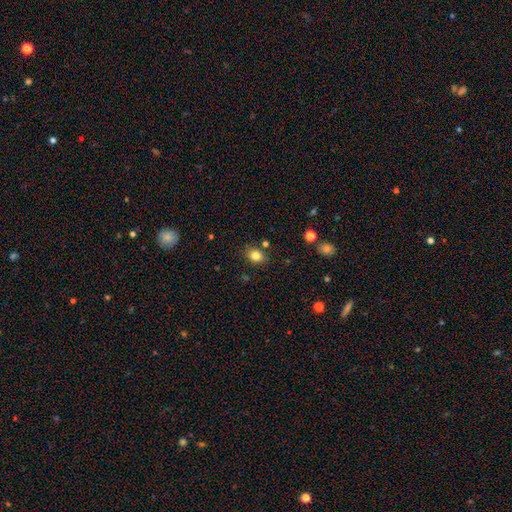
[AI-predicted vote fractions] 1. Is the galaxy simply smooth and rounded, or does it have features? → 81% smooth, 12% star or artifact, 7% featured or disk.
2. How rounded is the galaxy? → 52% in between, 47% round, 1% cigar-shaped.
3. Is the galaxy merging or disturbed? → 82% none, 12% minor disturbance, 4% merger, 3% major disturbance.